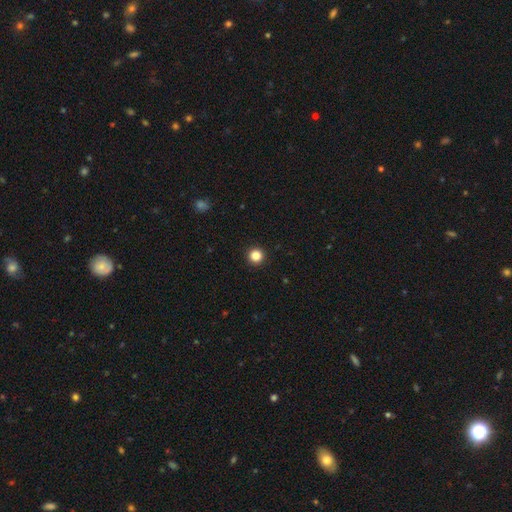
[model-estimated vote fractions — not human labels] This appears to be a smooth galaxy with no disk features (86%) that is round (96%). Merging: none (94%).